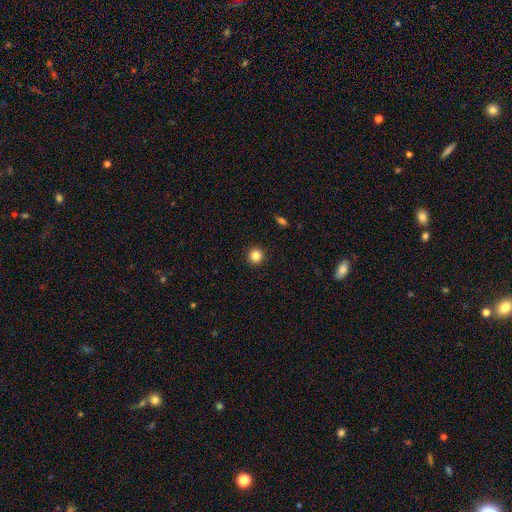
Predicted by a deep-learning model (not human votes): Smooth or featured? smooth (84%)
How rounded? round (95%)
Merging? none (93%)